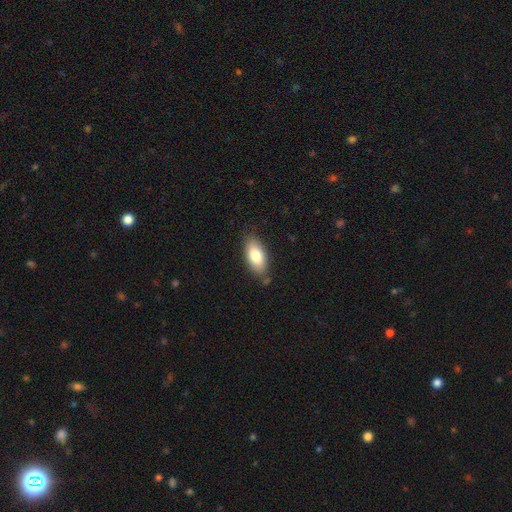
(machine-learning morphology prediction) A smooth galaxy with no disk features (80%) that is in between round and cigar-shaped (90%).

Vote fractions:
- Smooth or featured? smooth: 80% / featured or disk: 13% / star or artifact: 7%
- How rounded? in between: 90% / cigar-shaped: 7% / round: 3%
- Merging? none: 79% / minor disturbance: 15% / major disturbance: 3% / merger: 2%